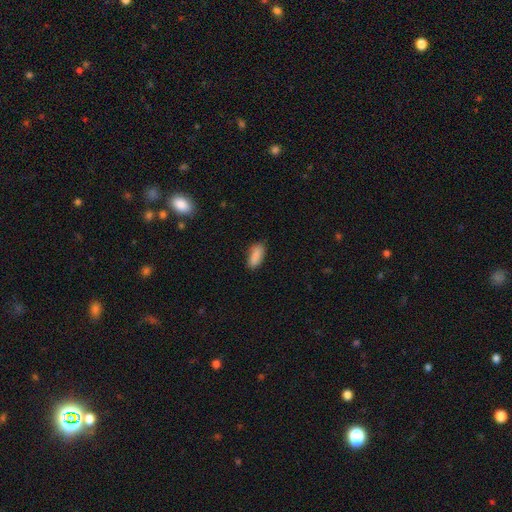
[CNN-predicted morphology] A smooth galaxy with no disk features (88%) that is in between round and cigar-shaped (83%). Merging: none (80%).